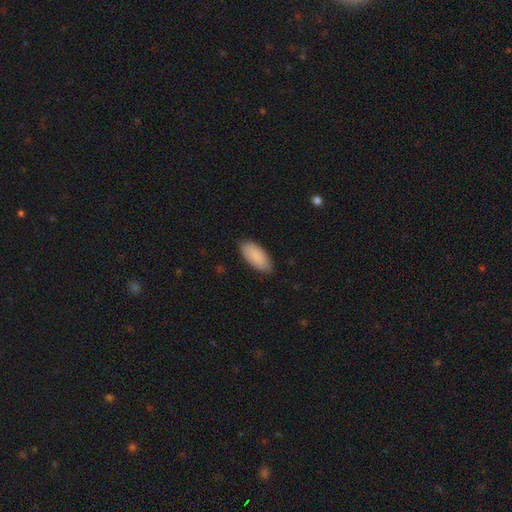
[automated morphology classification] A smooth galaxy with no disk features (89%) that is in between round and cigar-shaped (92%).

Vote fractions:
- Smooth or featured? smooth: 89% / star or artifact: 5% / featured or disk: 5%
- How rounded? in between: 92% / cigar-shaped: 7% / round: 2%
- Merging? none: 84% / minor disturbance: 13% / major disturbance: 2% / merger: 1%